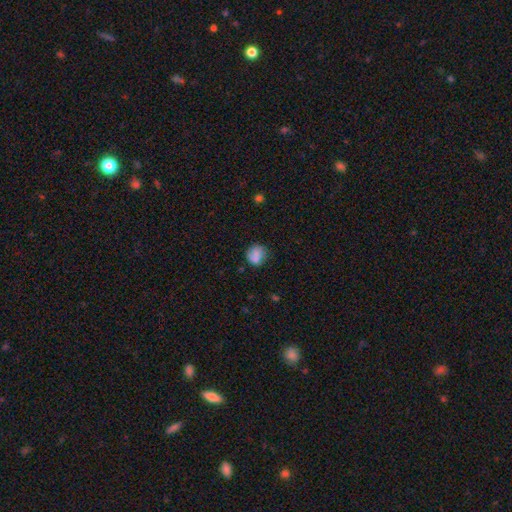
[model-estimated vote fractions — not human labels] Smooth or featured? smooth (79%)
How rounded? round (75%)
Merging? none (66%)